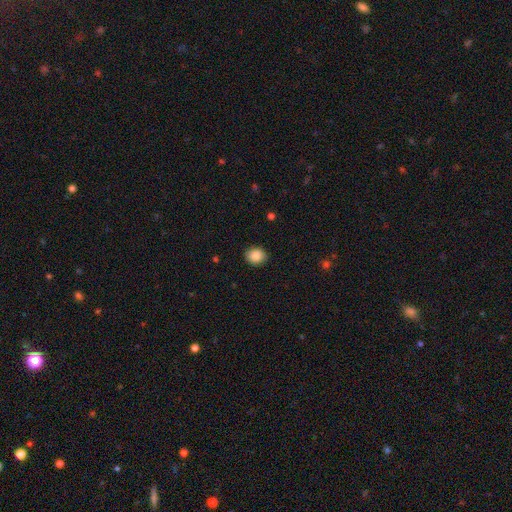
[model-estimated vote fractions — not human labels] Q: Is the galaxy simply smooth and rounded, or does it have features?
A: smooth — 86%.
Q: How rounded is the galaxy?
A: round — 66%.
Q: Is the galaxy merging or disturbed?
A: none — 90%.